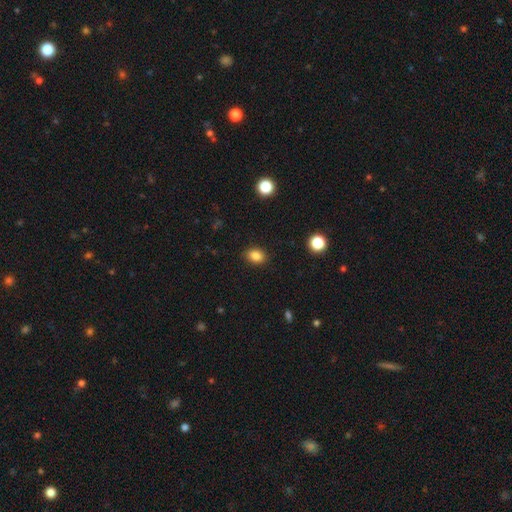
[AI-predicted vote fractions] A smooth galaxy with no disk features (85%) that is in between round and cigar-shaped (64%). Merging: none (87%).